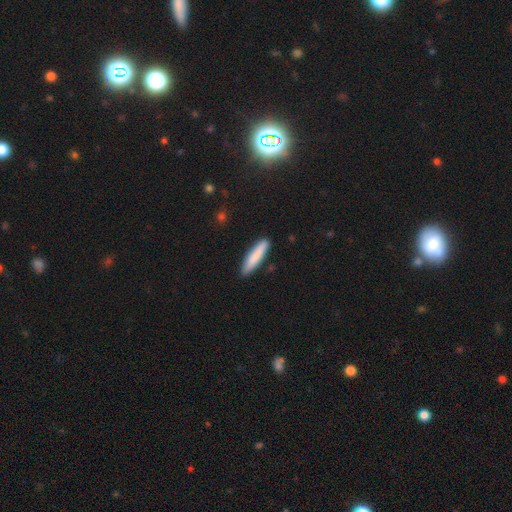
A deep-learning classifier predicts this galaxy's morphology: smooth-or-featured: smooth: 84% | featured or disk: 11% | star or artifact: 5%
  how-rounded: cigar-shaped: 84% | in between: 14% | round: 1%
  merging: none: 89% | minor disturbance: 8% | major disturbance: 2% | merger: 1%